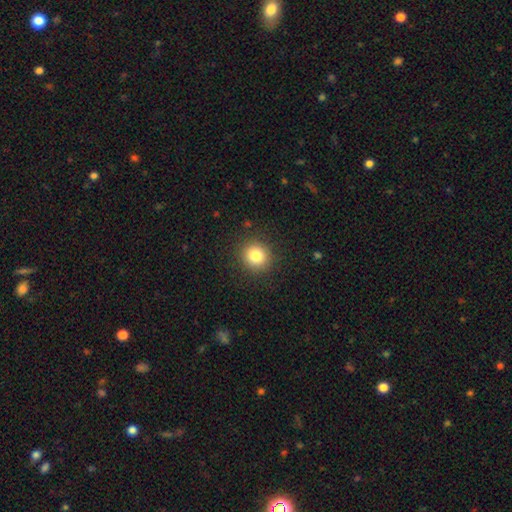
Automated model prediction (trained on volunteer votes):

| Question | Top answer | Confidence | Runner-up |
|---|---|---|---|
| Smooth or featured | smooth | 82% | star or artifact (11%) |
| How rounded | round | 90% | in between (9%) |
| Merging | none | 90% | minor disturbance (6%) |